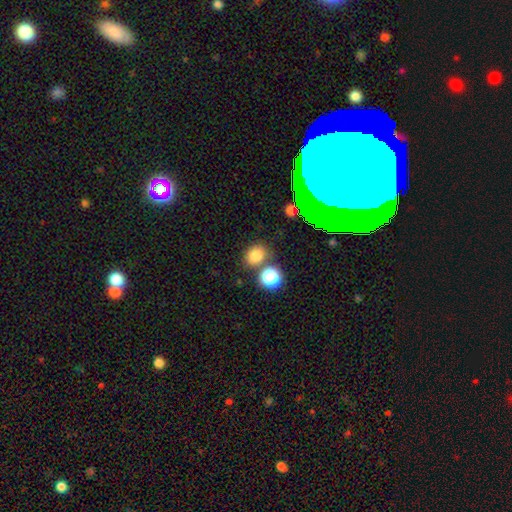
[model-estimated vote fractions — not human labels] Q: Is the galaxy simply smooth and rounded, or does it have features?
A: smooth — 78%.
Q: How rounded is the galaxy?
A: round — 61%.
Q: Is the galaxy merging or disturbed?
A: none — 68%.